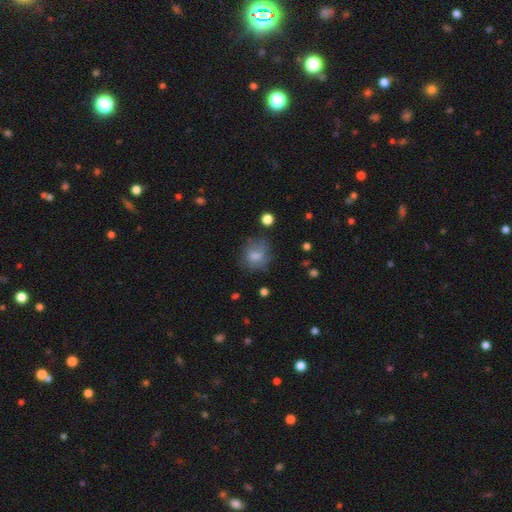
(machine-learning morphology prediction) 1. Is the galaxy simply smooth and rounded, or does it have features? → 72% smooth, 17% featured or disk, 11% star or artifact.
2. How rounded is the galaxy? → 62% round, 37% in between, 1% cigar-shaped.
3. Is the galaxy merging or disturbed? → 59% none, 24% minor disturbance, 14% major disturbance, 3% merger.